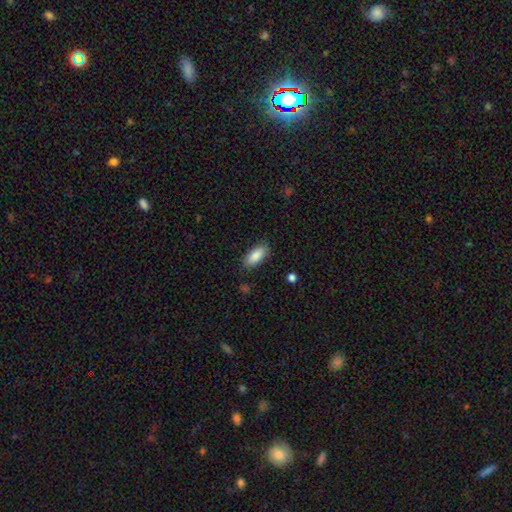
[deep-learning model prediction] Morphology: type=smooth (87%); roundness=in between (84%); merging=none (85%).